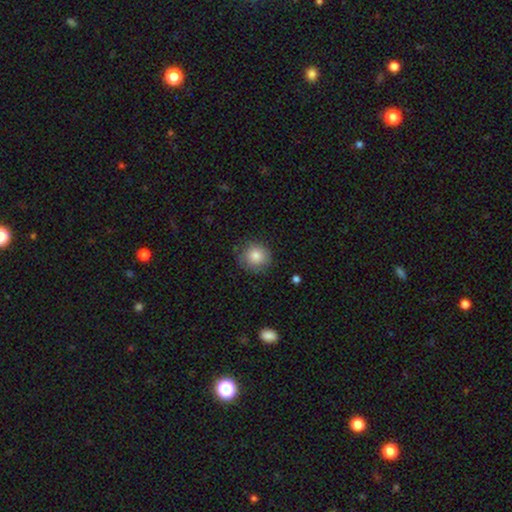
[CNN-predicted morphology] This is clearly a smooth galaxy (83%). How rounded: clearly round (90%). Merging: clearly none (81%).